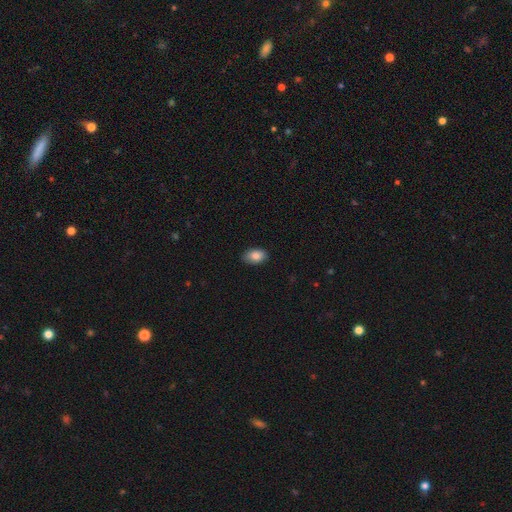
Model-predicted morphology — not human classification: The model was most divided on "merging": none: 86%, minor disturbance: 11%, major disturbance: 2%, merger: 1%. More confident: how rounded — in between (89%); smooth or featured — smooth (85%).